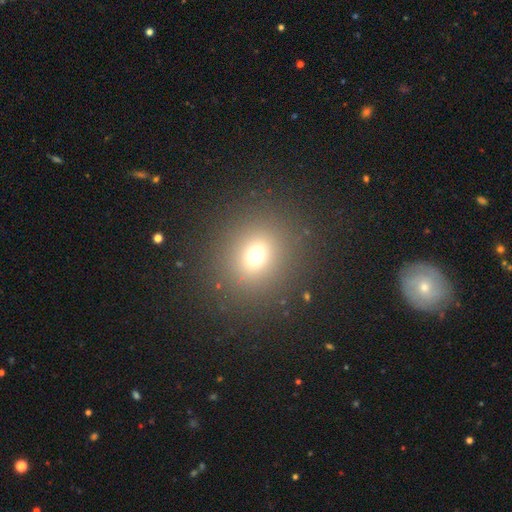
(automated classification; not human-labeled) Smooth or featured? smooth (68%)
How rounded? round (76%)
Merging? none (87%)